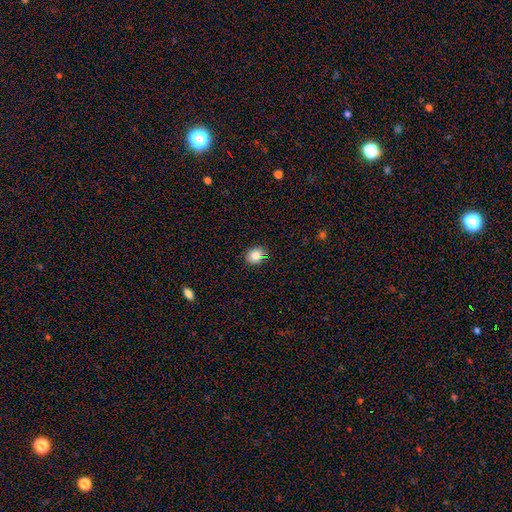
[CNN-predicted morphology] Overall: smooth (84%). How rounded: round (69%; in between 30%). Merging: none (88%).